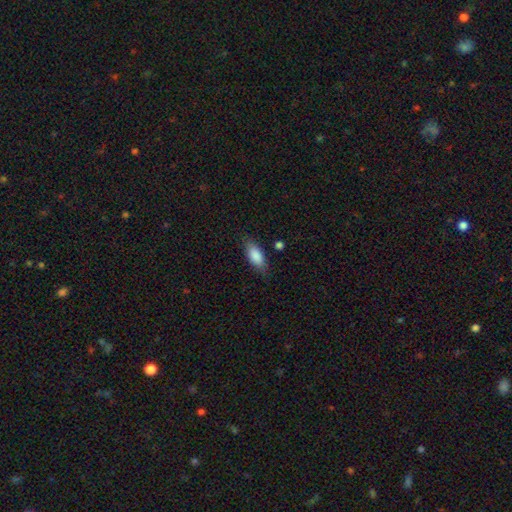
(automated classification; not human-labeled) A smooth galaxy with no disk features (86%) that is in between round and cigar-shaped (82%).

Vote fractions:
- Smooth or featured? smooth: 86% / featured or disk: 8% / star or artifact: 6%
- How rounded? in between: 82% / cigar-shaped: 15% / round: 2%
- Merging? none: 78% / minor disturbance: 16% / major disturbance: 4% / merger: 2%